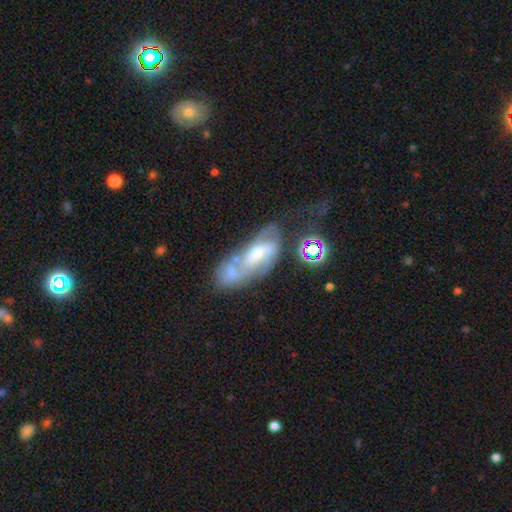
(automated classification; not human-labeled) The model was most divided on "merging": merger: 34%, none: 27%, major disturbance: 22%, minor disturbance: 17%. More confident: edge-on disk — no (88%); smooth or featured — featured or disk (64%); spiral arms — yes (61%); bulge size — moderate (53%); bar — no (50%).